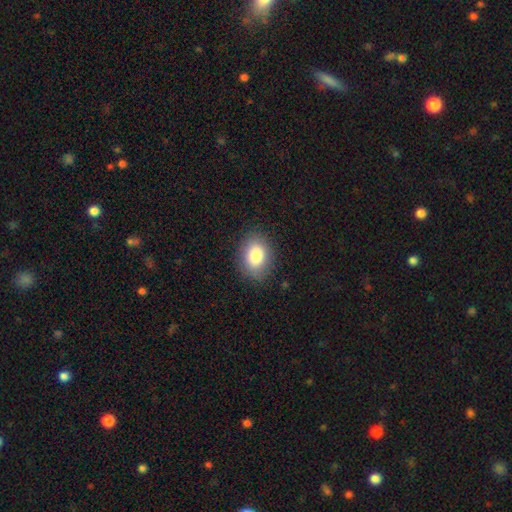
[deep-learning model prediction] A smooth galaxy with no disk features (83%) that is in between round and cigar-shaped (72%).

Vote fractions:
- Smooth or featured? smooth: 83% / star or artifact: 9% / featured or disk: 8%
- How rounded? in between: 72% / round: 27% / cigar-shaped: 1%
- Merging? none: 86% / minor disturbance: 10% / major disturbance: 3% / merger: 1%